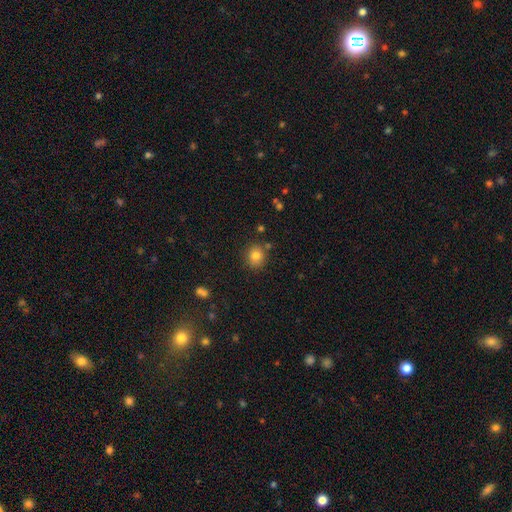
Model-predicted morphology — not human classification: This appears to be a smooth galaxy with no disk features (81%) that is round (78%). Merging: none (82%).